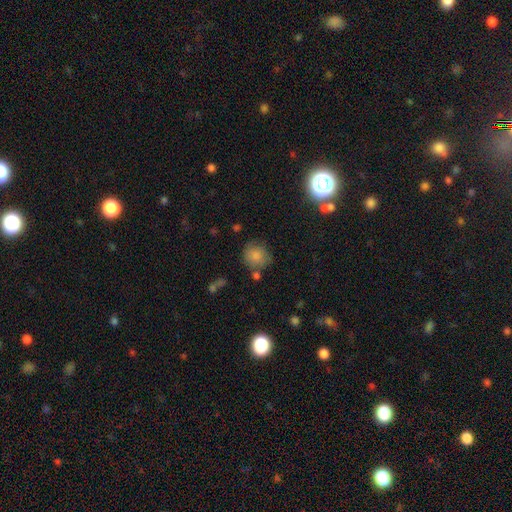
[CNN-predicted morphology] Overall: smooth (82%). How rounded: round (84%). Merging: none (69%).